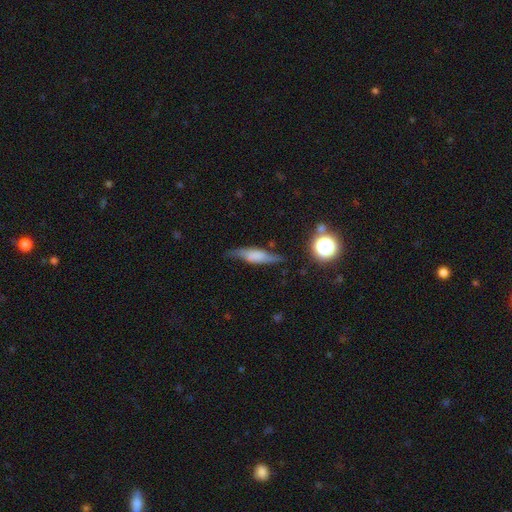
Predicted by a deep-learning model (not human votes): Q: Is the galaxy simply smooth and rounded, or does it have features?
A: featured or disk — 49%.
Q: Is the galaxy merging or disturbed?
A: none — 66%.